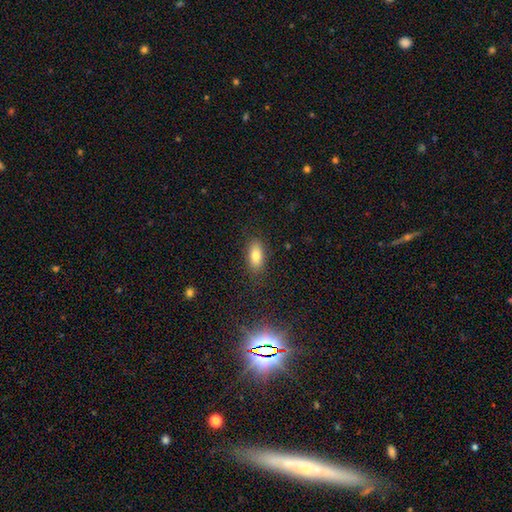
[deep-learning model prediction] Smooth or featured?
  - smooth: 77% *
  - featured or disk: 13%
  - star or artifact: 9%
How rounded?
  - in between: 86% *
  - cigar-shaped: 9%
  - round: 5%
Merging?
  - none: 85% *
  - minor disturbance: 11%
  - major disturbance: 3%
  - merger: 1%